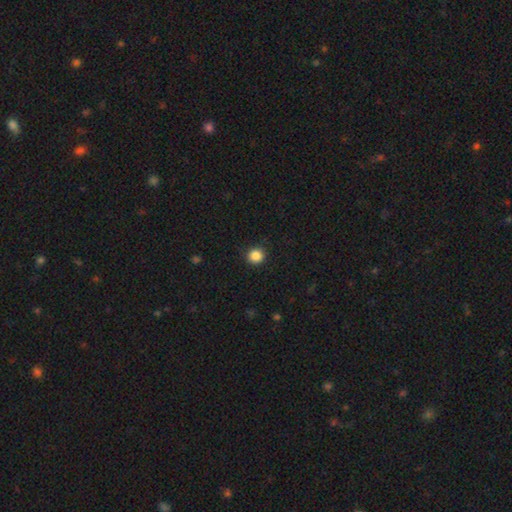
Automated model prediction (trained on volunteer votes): This appears to be a smooth galaxy with no disk features (87%) that is round (93%). Merging: none (91%).